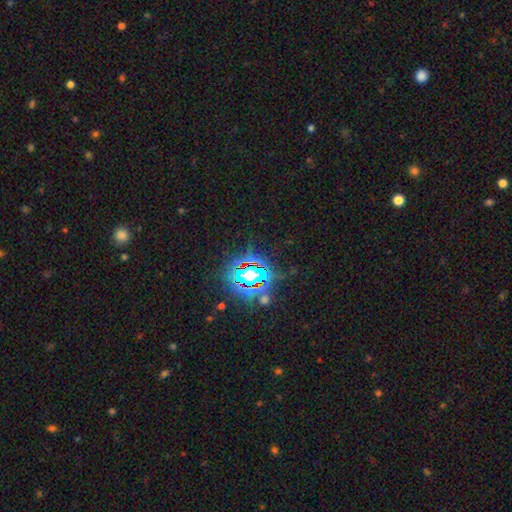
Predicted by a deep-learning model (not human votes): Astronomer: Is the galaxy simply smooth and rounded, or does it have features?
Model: star or artifact — 85%.